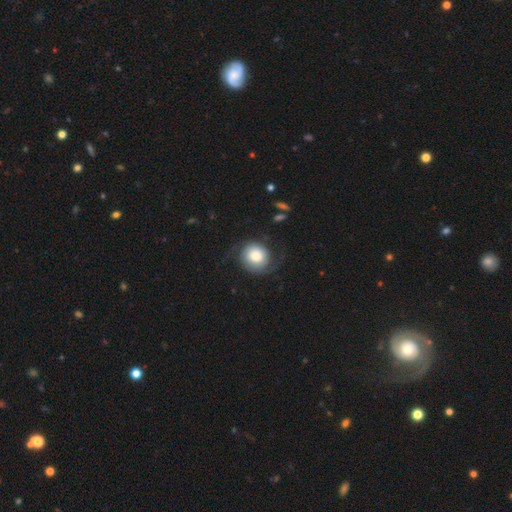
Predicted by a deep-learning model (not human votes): This appears to be a smooth galaxy with no disk features (49%). Merging: none (64%).